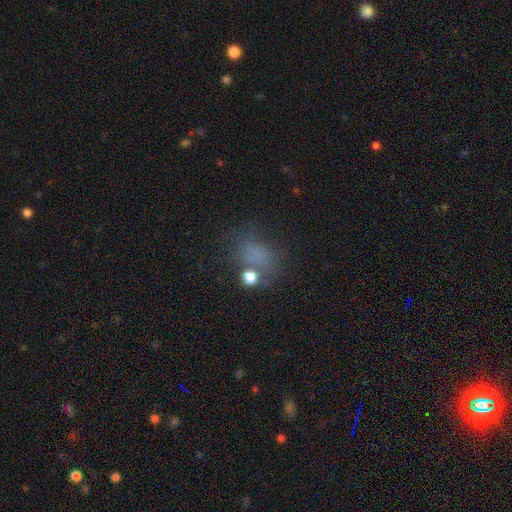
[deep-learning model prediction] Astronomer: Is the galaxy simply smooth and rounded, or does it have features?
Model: smooth — 63%.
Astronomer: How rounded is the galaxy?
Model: in between — 52% (runner-up: round, 46%).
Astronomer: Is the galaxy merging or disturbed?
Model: none — 55%.